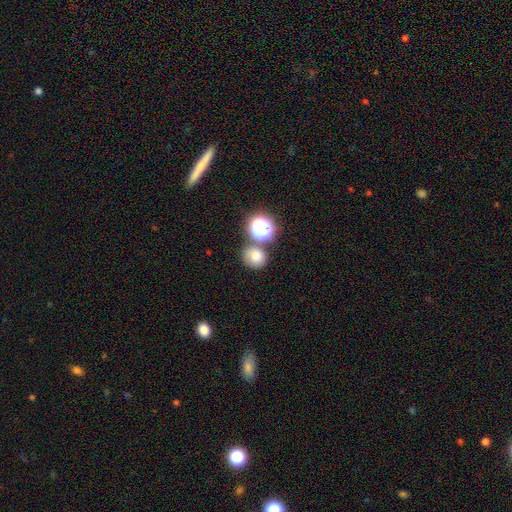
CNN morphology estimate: A smooth galaxy with no disk features (74%) that is round (77%). Merging: none (66%).